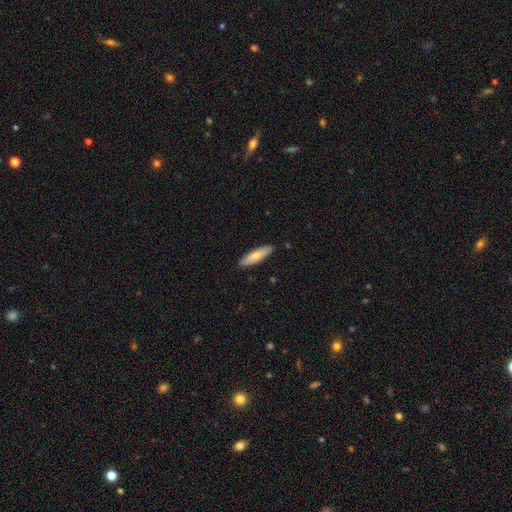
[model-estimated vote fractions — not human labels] A smooth galaxy with no disk features (74%) that is cigar-shaped (64%).

Vote fractions:
- Smooth or featured? smooth: 74% / featured or disk: 20% / star or artifact: 5%
- How rounded? cigar-shaped: 64% / in between: 34% / round: 2%
- Merging? none: 89% / minor disturbance: 9% / major disturbance: 1% / merger: 1%